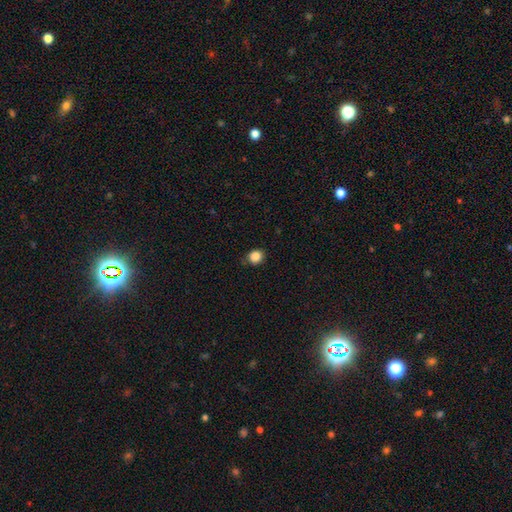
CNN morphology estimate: Overall: smooth (86%). How rounded: round (80%). Merging: none (79%).